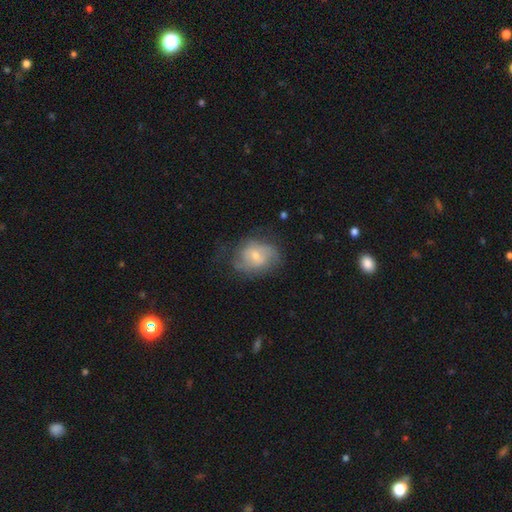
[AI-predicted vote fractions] Q: Smooth or featured?
A: smooth (48%); runner-up: featured or disk (44%)
Q: Merging?
A: none (53%); runner-up: minor disturbance (27%)